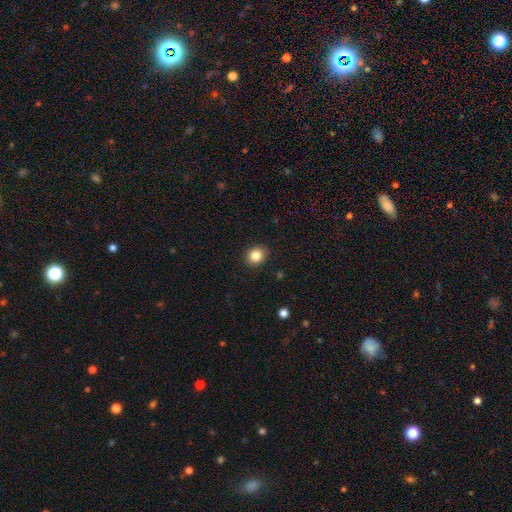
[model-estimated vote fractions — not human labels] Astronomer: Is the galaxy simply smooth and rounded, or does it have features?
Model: smooth — 84%.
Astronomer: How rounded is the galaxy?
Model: round — 70%.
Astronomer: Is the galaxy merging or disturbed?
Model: none — 90%.